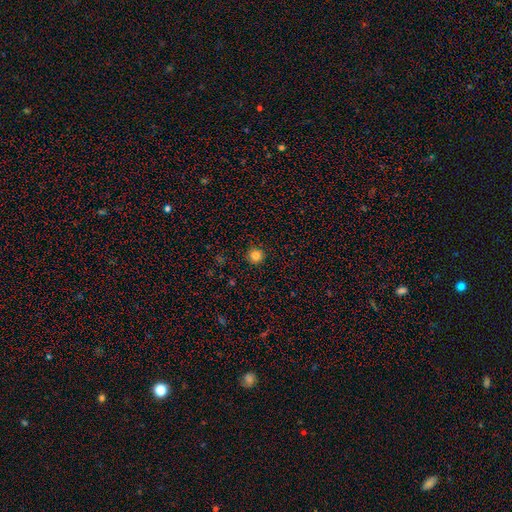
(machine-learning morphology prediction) Overall: smooth (82%). How rounded: round (95%). Merging: none (92%).